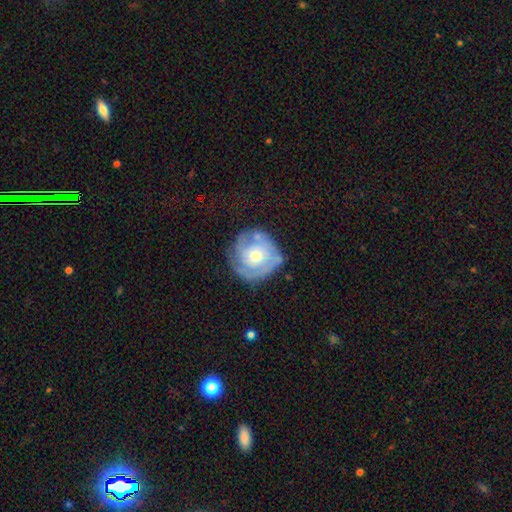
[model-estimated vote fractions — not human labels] smooth-or-featured: featured or disk: 73% | smooth: 21% | star or artifact: 6%
  disk-edge-on: no: 97% | yes: 3%
    bar: no: 82% | weak: 15% | strong: 3%
    has-spiral-arms: yes: 81% | no: 19%
      spiral-winding: tight: 73% | medium: 20% | loose: 7%
      spiral-arm-count: can't tell: 41% | 2: 26% | 3: 15% | 1: 10% | 4: 4% | more than 4: 4%
    bulge-size: moderate: 59% | small: 35% | large: 4% | none: 1% | dominant: 1%
  merging: none: 67% | minor disturbance: 20% | major disturbance: 8% | merger: 4%